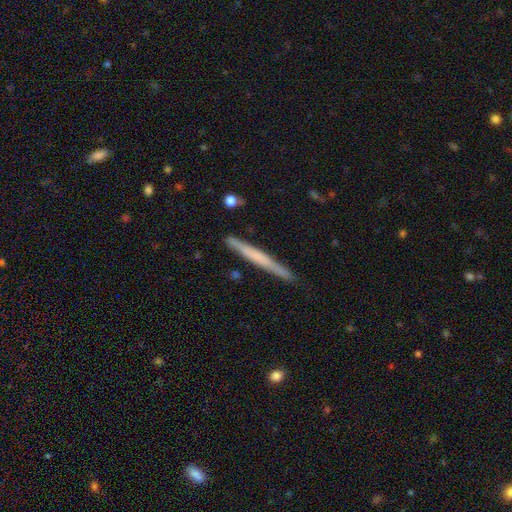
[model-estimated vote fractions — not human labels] Smooth or featured? smooth (48%)
Merging? none (86%)